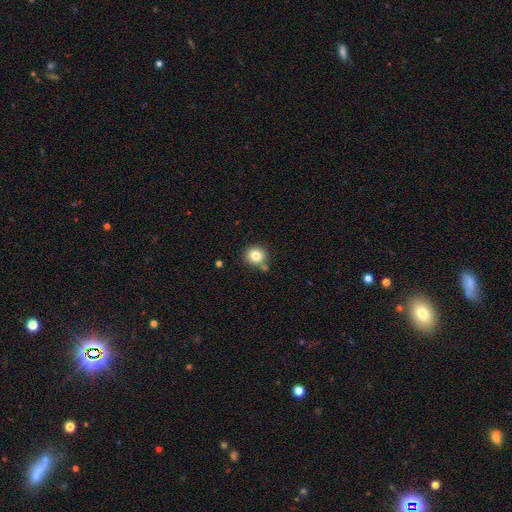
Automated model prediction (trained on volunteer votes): A smooth galaxy with no disk features (82%) that is round (86%). Merging: none (73%).